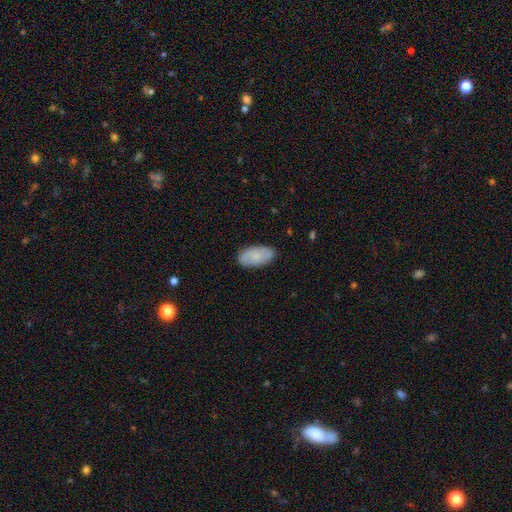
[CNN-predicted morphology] Smooth or featured: smooth — 72% (featured or disk — 22%)
How rounded: in between — 94% (cigar-shaped — 3%)
Merging: none — 84% (minor disturbance — 13%)